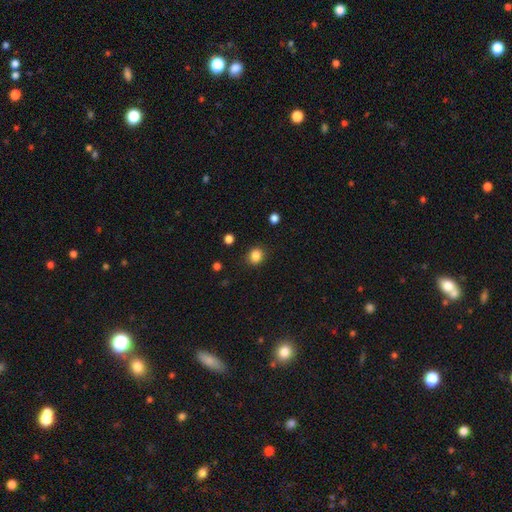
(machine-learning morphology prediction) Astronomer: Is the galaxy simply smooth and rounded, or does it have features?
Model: smooth — 85%.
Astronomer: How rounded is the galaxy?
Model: round — 73%.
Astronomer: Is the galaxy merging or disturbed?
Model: none — 87%.